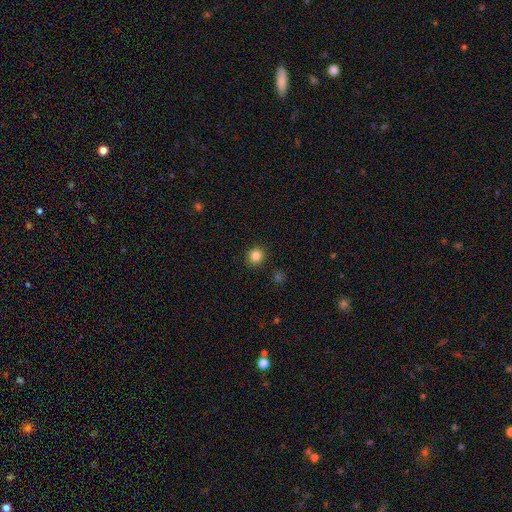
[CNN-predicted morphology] smooth-or-featured: smooth: 84% | star or artifact: 11% | featured or disk: 5%
  how-rounded: round: 89% | in between: 10% | cigar-shaped: 1%
  merging: none: 91% | minor disturbance: 6% | major disturbance: 2% | merger: 1%